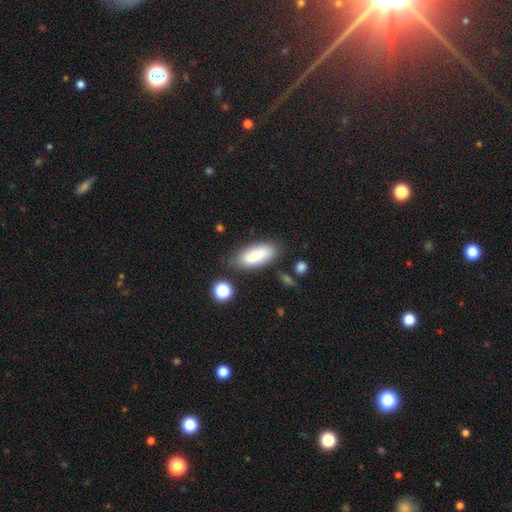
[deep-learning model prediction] Morphology: type=smooth (84%); roundness=in between (82%); merging=none (73%).